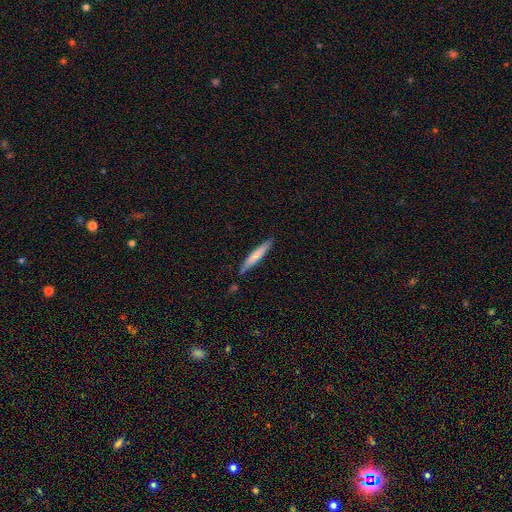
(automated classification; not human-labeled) Smooth or featured: smooth — 68% (featured or disk — 27%)
How rounded: cigar-shaped — 93% (in between — 5%)
Merging: none — 82% (minor disturbance — 13%)